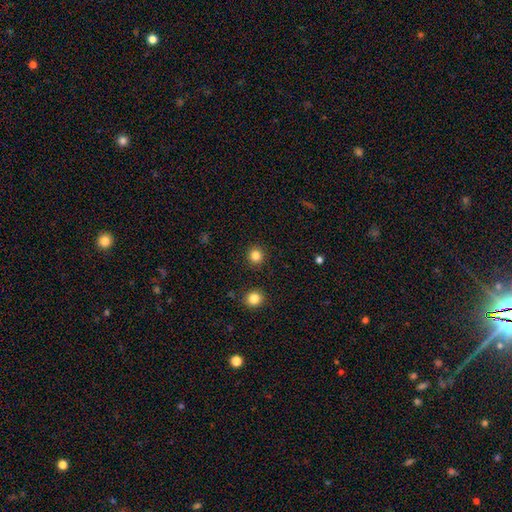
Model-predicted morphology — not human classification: Smooth or featured? Predicted: smooth (p=0.83). How rounded? Predicted: round (p=0.93). Merging? Predicted: none (p=0.92).